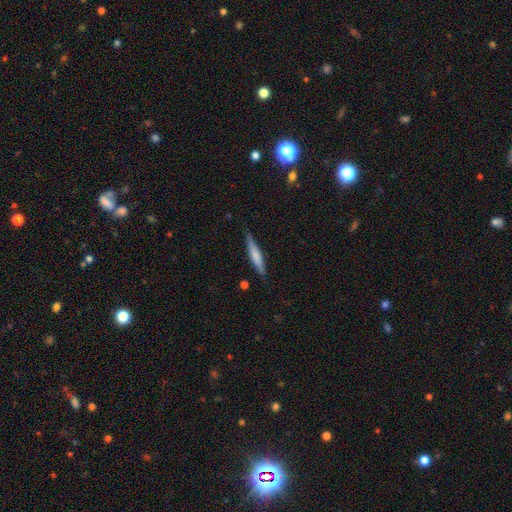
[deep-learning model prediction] The model was most divided on "smooth or featured": smooth: 64%, featured or disk: 31%, star or artifact: 5%. More confident: how rounded — cigar-shaped (92%); merging — none (84%).